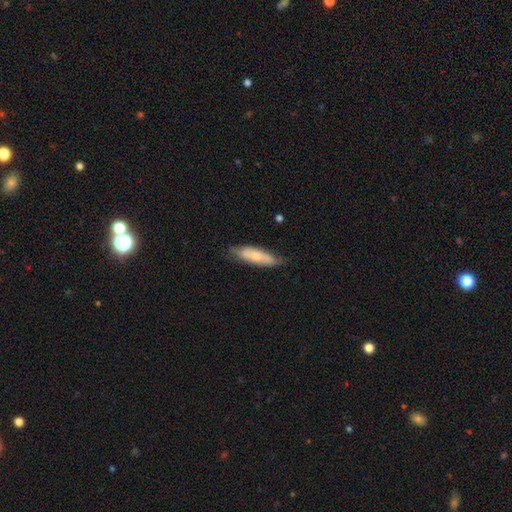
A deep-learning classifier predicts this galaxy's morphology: A smooth galaxy with no disk features (59%) that is cigar-shaped (54%). Merging: none (74%).